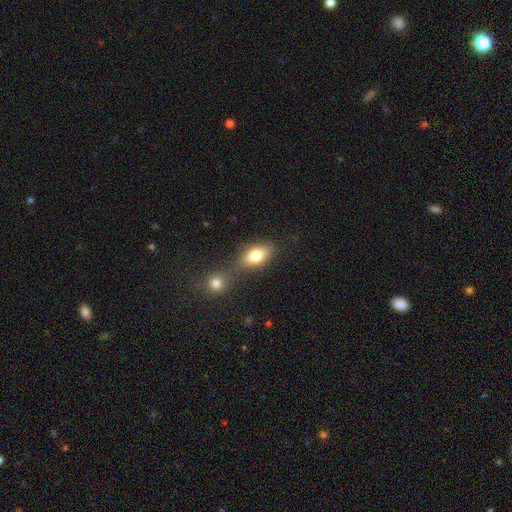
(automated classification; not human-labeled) A smooth galaxy with no disk features (79%) that is in between round and cigar-shaped (83%).

Vote fractions:
- Smooth or featured? smooth: 79% / featured or disk: 12% / star or artifact: 9%
- How rounded? in between: 83% / round: 13% / cigar-shaped: 4%
- Merging? none: 48% / merger: 36% / minor disturbance: 12% / major disturbance: 4%